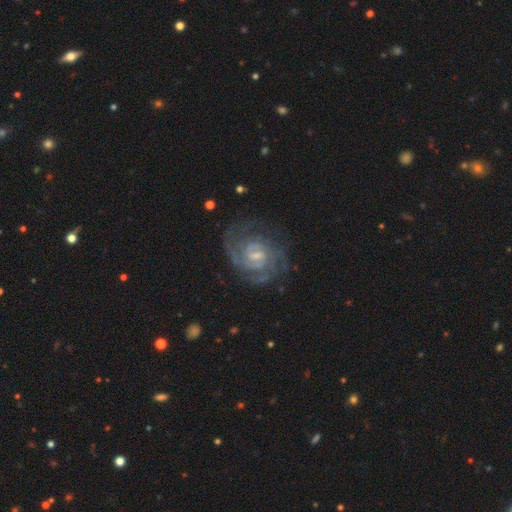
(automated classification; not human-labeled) A featured or disk galaxy (88%) with a weak bar (62%), 2 (32%) tight (61%) spiral arms (96%) and a small central bulge (53%).

Vote fractions:
- Smooth or featured? featured or disk: 88% / smooth: 6% / star or artifact: 6%
- Edge-on disk? no: 98% / yes: 2%
- Bar? weak: 62% / no: 22% / strong: 16%
- Spiral arms? yes: 96% / no: 4%
- Spiral winding? tight: 61% / medium: 33% / loose: 6%
- Spiral arm count? 2: 32% / can't tell: 27% / 3: 19% / 4: 10% / 1: 6% / more than 4: 6%
- Bulge size? small: 53% / moderate: 32% / none: 12% / large: 2% / dominant: 1%
- Merging? none: 70% / minor disturbance: 17% / major disturbance: 11% / merger: 2%